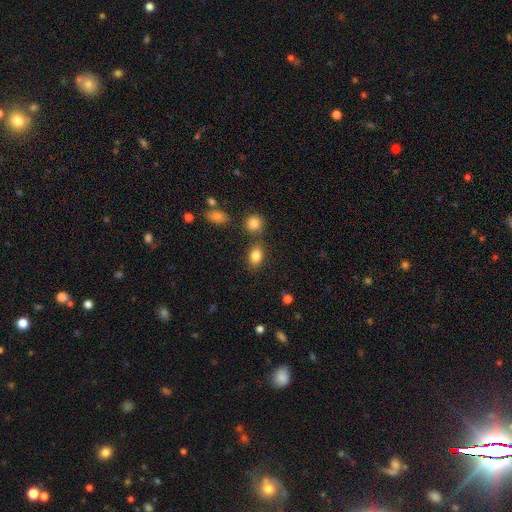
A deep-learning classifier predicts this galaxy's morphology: This is clearly a smooth galaxy (84%). How rounded: likely in between (79%). Merging: likely none (73%).